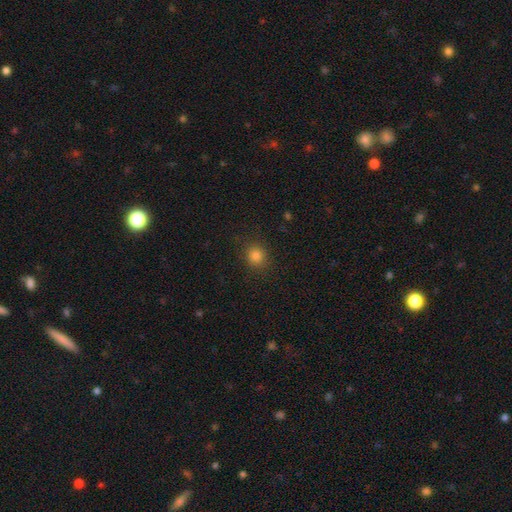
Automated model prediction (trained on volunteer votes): The model was most divided on "smooth or featured": smooth: 82%, star or artifact: 14%, featured or disk: 4%. More confident: merging — none (88%); how rounded — round (85%).